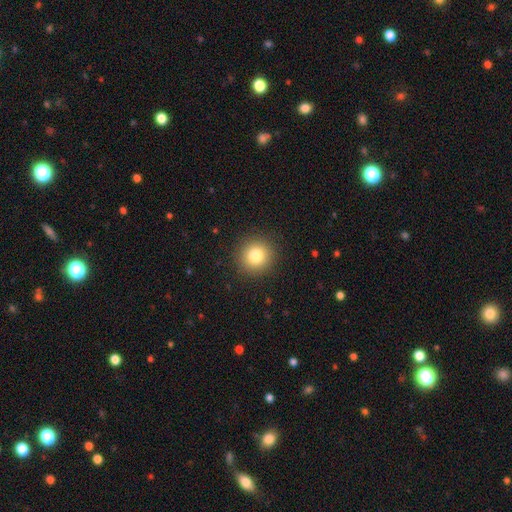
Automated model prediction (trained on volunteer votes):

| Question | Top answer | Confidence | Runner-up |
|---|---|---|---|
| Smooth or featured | smooth | 82% | star or artifact (11%) |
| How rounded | round | 91% | in between (8%) |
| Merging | none | 91% | minor disturbance (6%) |